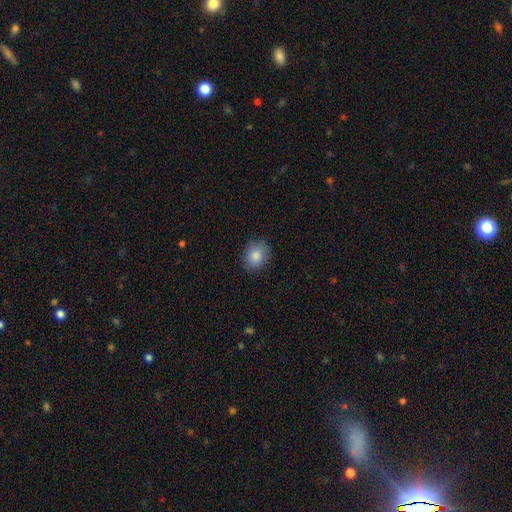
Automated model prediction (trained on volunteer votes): Smooth or featured: smooth — 86% (star or artifact — 8%)
How rounded: round — 60% (in between — 39%)
Merging: none — 87% (minor disturbance — 9%)